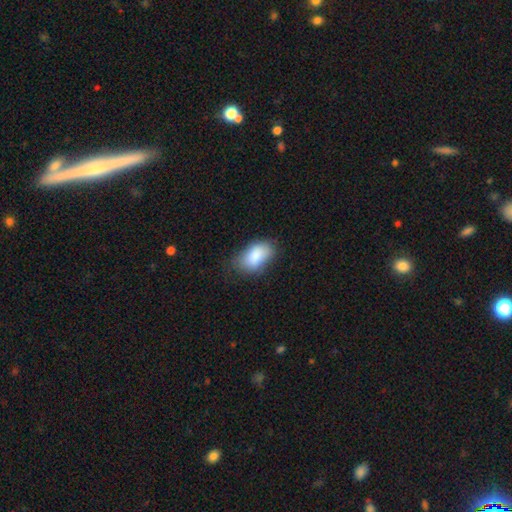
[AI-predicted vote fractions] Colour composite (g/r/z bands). It shows a smooth galaxy with no disk features (86%) that is in between round and cigar-shaped (93%). Merging: none (64%).